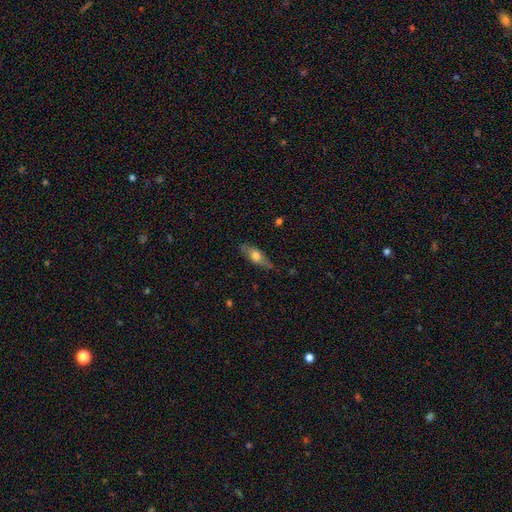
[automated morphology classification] A smooth galaxy with no disk features (56%) that is in between round and cigar-shaped (63%). Merging: none (75%).